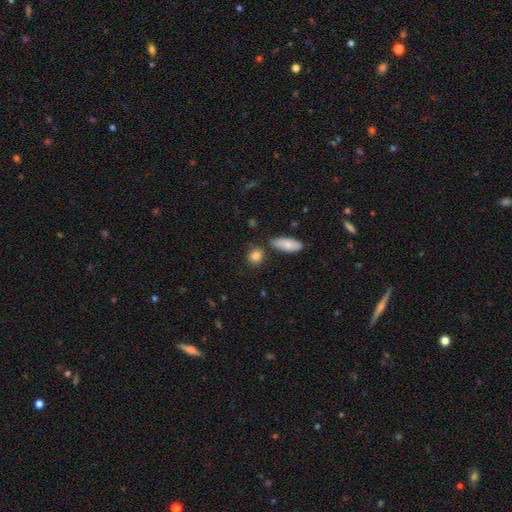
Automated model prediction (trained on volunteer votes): Smooth or featured? smooth (86%)
How rounded? round (70%)
Merging? none (77%)